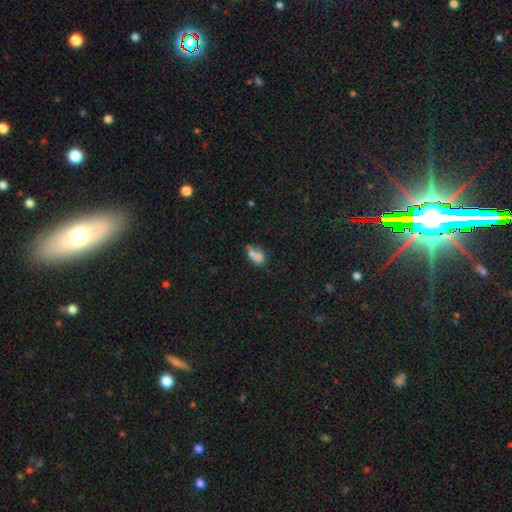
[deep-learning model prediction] smooth-or-featured: smooth: 73% | featured or disk: 15% | star or artifact: 12%
  how-rounded: in between: 69% | round: 29% | cigar-shaped: 2%
  merging: merger: 43% | none: 31% | minor disturbance: 17% | major disturbance: 9%